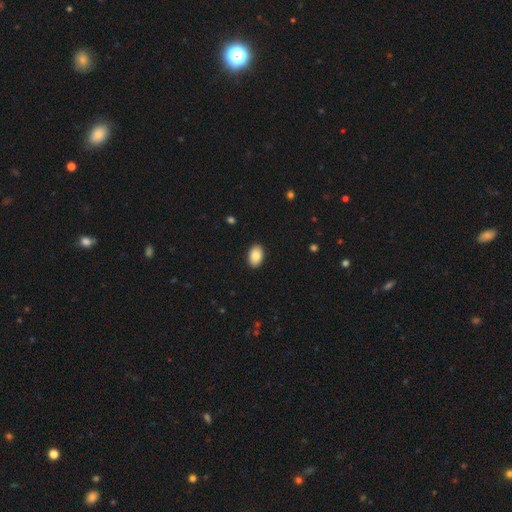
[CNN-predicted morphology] type=smooth (87%); roundness=in between (91%); merging=none (90%).